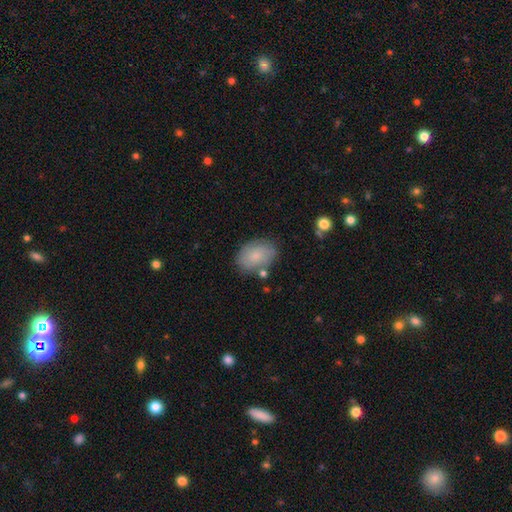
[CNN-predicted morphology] Smooth or featured? Predicted: smooth (p=0.79). How rounded? Predicted: in between (p=0.84). Merging? Predicted: none (p=0.75).